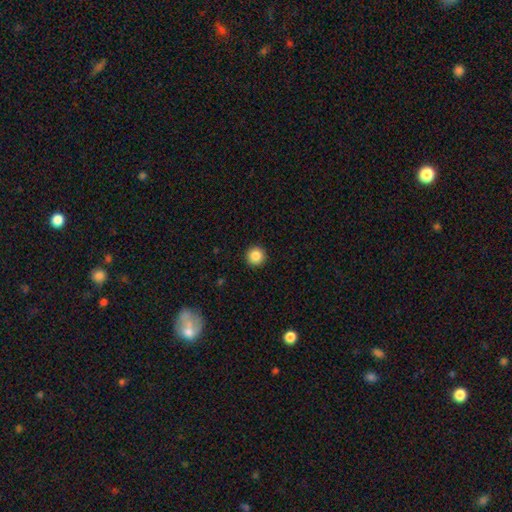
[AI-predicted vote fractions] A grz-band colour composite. It shows a smooth galaxy with no disk features (86%) that is round (96%). Merging: none (93%).